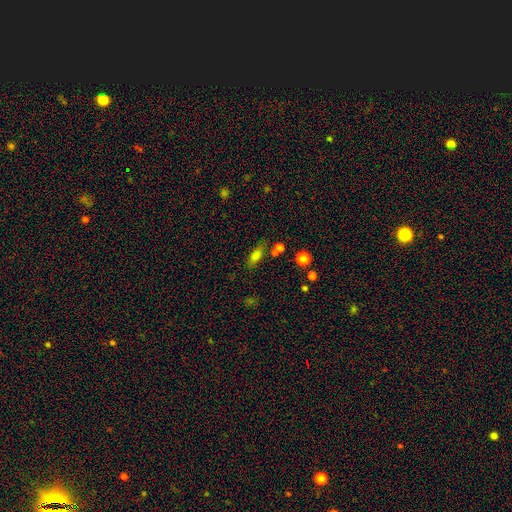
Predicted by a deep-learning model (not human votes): This is likely a smooth galaxy (74%). How rounded: likely in between (68%). Merging: likely none (68%).